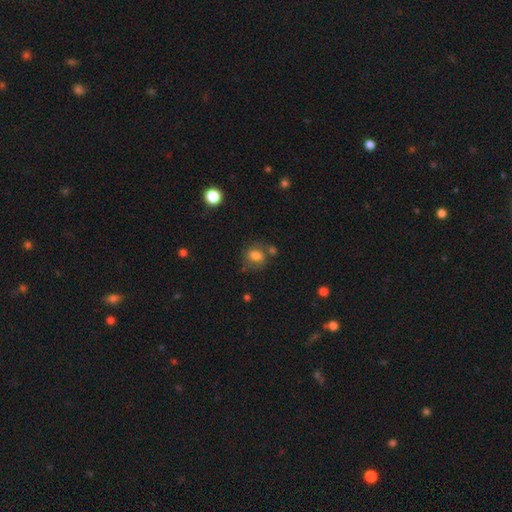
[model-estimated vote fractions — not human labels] Smooth or featured: smooth — 76% (featured or disk — 13%)
How rounded: in between — 53% (round — 45%)
Merging: none — 60% (minor disturbance — 19%)